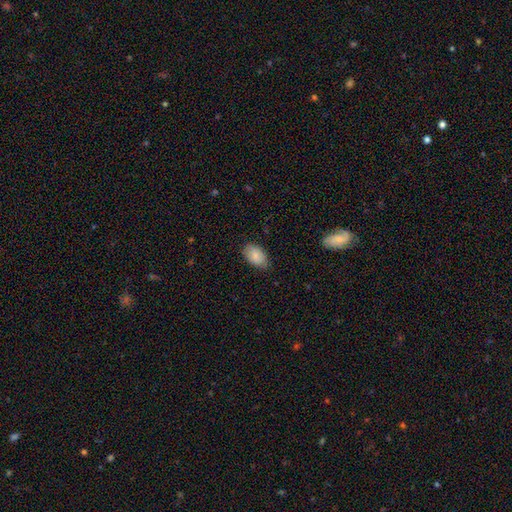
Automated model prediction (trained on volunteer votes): Smooth or featured?
  - smooth: 86% *
  - featured or disk: 8%
  - star or artifact: 6%
How rounded?
  - in between: 92% *
  - round: 7%
  - cigar-shaped: 1%
Merging?
  - none: 78% *
  - minor disturbance: 18%
  - major disturbance: 3%
  - merger: 1%